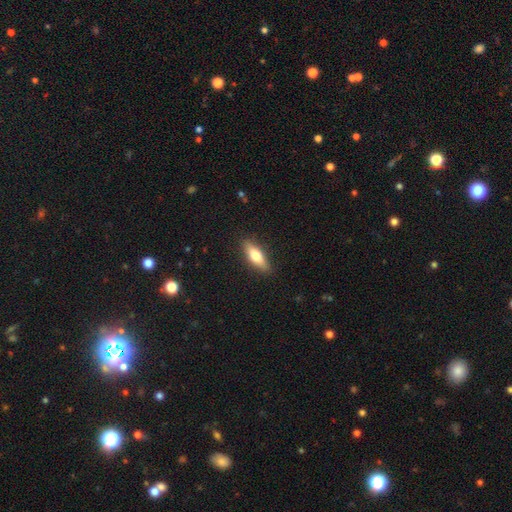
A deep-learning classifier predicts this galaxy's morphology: Smooth or featured? Predicted: smooth (p=0.65). How rounded? Predicted: in between (p=0.55). Merging? Predicted: none (p=0.87).